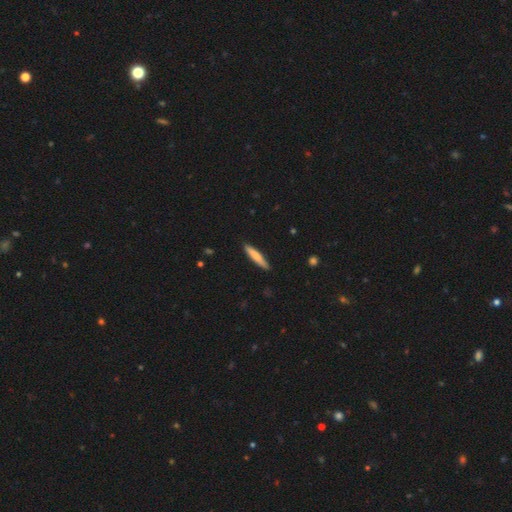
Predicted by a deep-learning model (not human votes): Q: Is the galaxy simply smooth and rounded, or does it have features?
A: smooth — 75%.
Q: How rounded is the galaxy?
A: cigar-shaped — 91%.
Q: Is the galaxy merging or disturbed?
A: none — 89%.